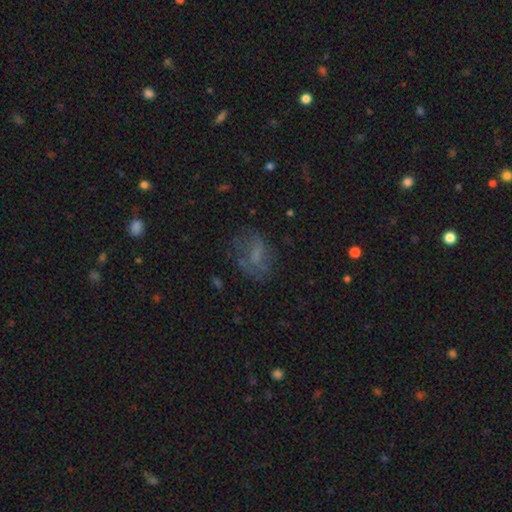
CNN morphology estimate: This appears to be a smooth galaxy with no disk features (44%). Merging: none (52%).